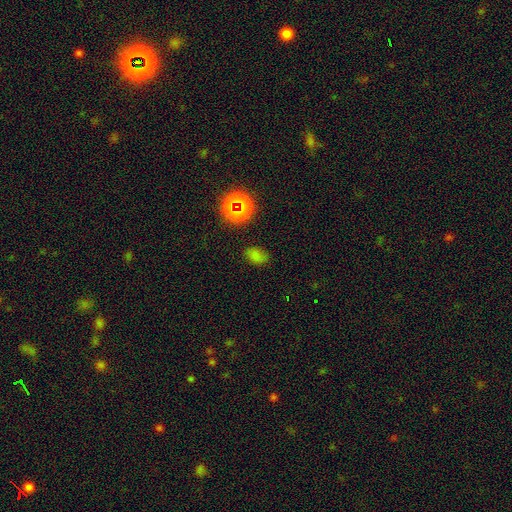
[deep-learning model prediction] smooth_or_featured: smooth (p=0.69) [alt: star or artifact p=0.25]
how_rounded: in between (p=0.78) [alt: round p=0.20]
merging: none (p=0.80) [alt: minor disturbance p=0.14]